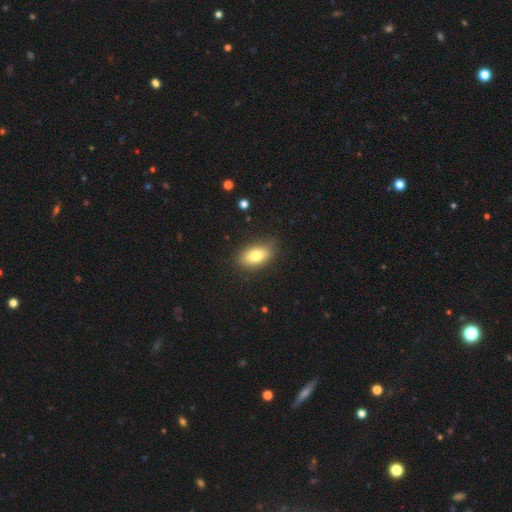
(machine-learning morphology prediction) smooth 80%, featured or disk 12%, star or artifact 8%. Down the decision tree: how rounded — in between (90%); merging — none (79%).